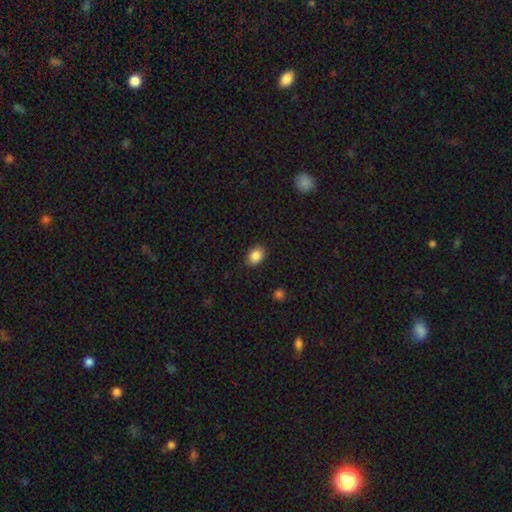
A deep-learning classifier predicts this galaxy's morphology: type=smooth (87%); roundness=in between (72%); merging=none (88%).